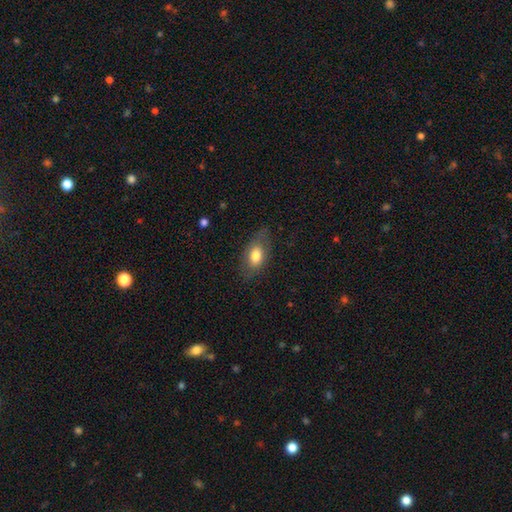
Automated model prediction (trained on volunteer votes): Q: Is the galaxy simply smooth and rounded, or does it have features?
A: smooth — 73%.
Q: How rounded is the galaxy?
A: in between — 88%.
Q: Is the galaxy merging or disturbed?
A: none — 72%.